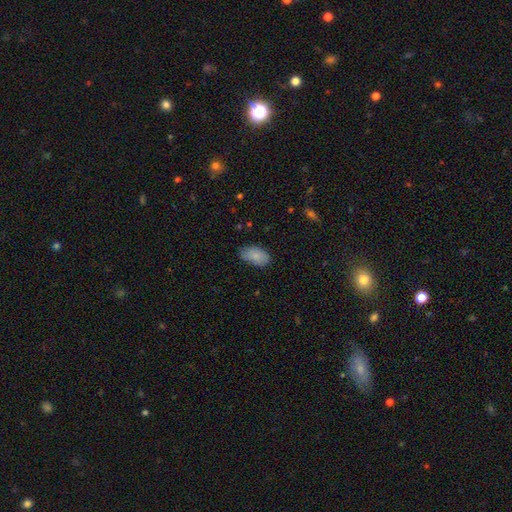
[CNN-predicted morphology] smooth-or-featured: smooth: 83% | featured or disk: 10% | star or artifact: 7%
  how-rounded: in between: 93% | round: 5% | cigar-shaped: 2%
  merging: none: 73% | minor disturbance: 22% | major disturbance: 4% | merger: 1%